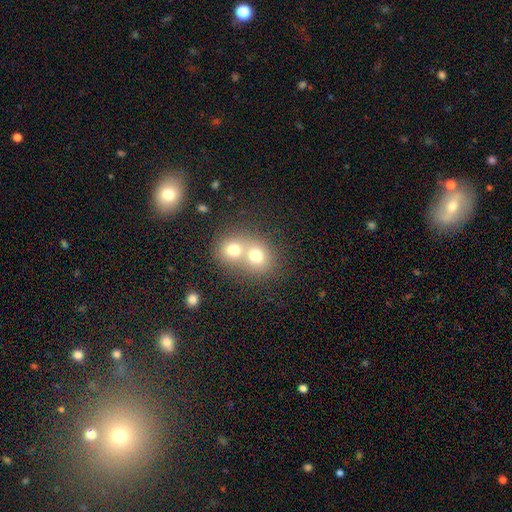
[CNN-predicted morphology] Smooth or featured: smooth — 72% (featured or disk — 15%)
How rounded: round — 73% (in between — 26%)
Merging: merger — 62% (none — 30%)